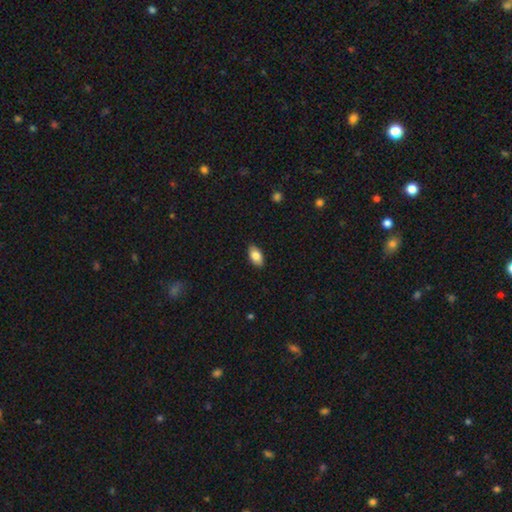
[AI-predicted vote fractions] Morphology: type=smooth (84%); roundness=in between (92%); merging=none (88%).